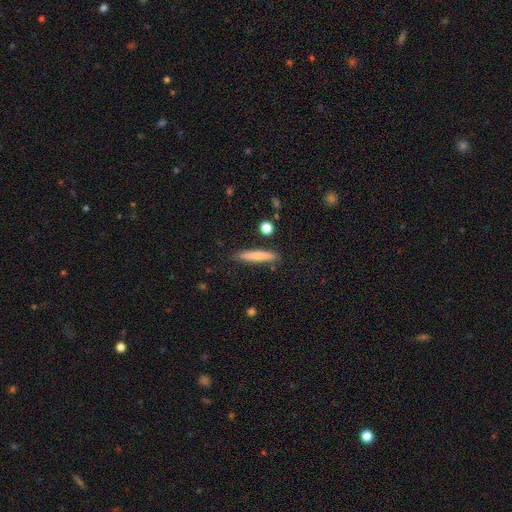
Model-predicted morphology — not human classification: Q: Smooth or featured?
A: smooth (71%); runner-up: featured or disk (23%)
Q: How rounded?
A: cigar-shaped (93%); runner-up: in between (6%)
Q: Merging?
A: none (86%); runner-up: minor disturbance (10%)